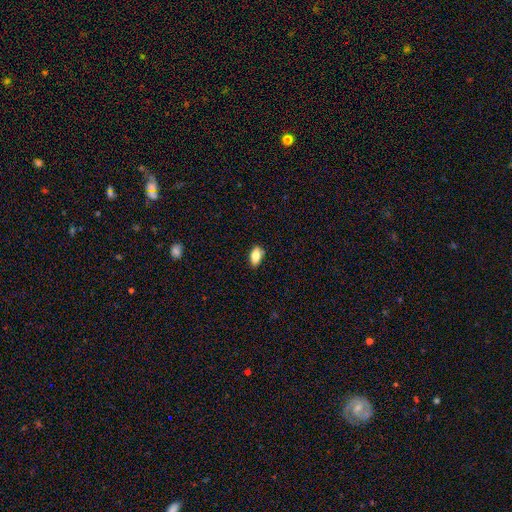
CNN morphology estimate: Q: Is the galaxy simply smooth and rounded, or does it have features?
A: smooth — 80%.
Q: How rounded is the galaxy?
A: in between — 90%.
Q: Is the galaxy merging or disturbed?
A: none — 84%.